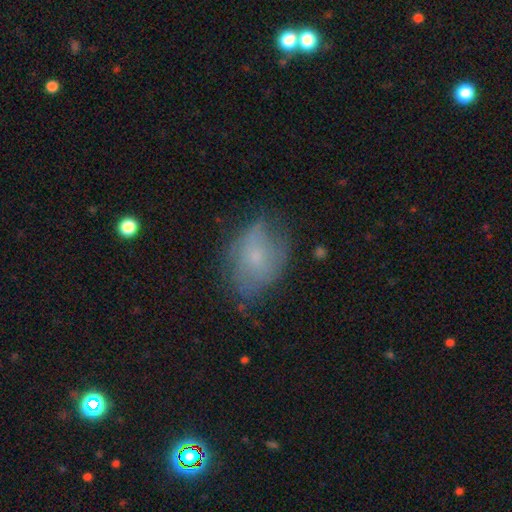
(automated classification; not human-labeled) smooth-or-featured: smooth: 54% | featured or disk: 36% | star or artifact: 10%
  how-rounded: in between: 76% | round: 22% | cigar-shaped: 2%
  merging: none: 54% | minor disturbance: 30% | major disturbance: 14% | merger: 2%